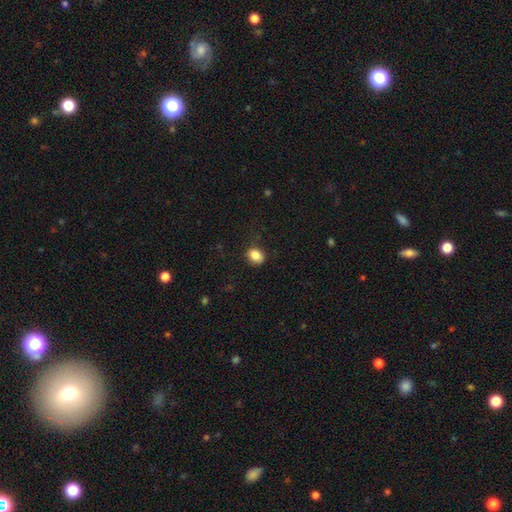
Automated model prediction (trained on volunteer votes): Smooth or featured?
  - smooth: 85% *
  - star or artifact: 9%
  - featured or disk: 6%
How rounded?
  - in between: 59% *
  - round: 39%
  - cigar-shaped: 1%
Merging?
  - none: 76% *
  - minor disturbance: 18%
  - major disturbance: 5%
  - merger: 1%